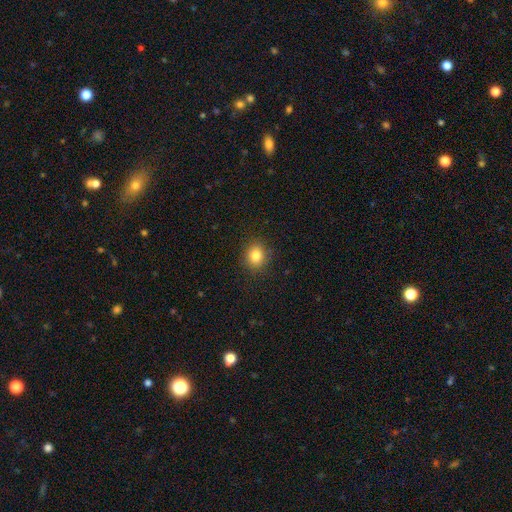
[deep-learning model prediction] Morphology: type=smooth (83%); roundness=round (73%); merging=none (88%).